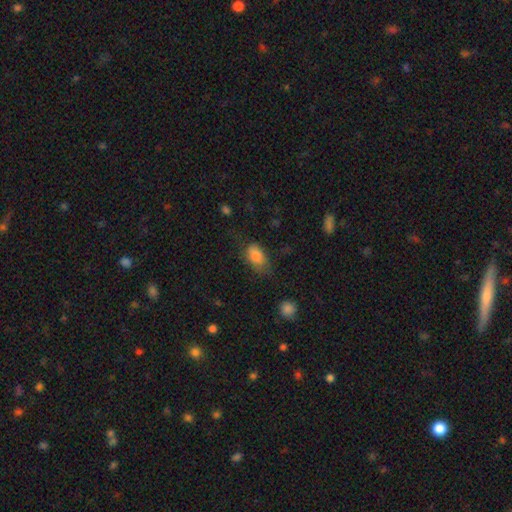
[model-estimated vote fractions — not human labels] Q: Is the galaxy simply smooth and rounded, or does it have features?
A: smooth — 83%.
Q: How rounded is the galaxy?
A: in between — 89%.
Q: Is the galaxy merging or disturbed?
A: none — 50%.